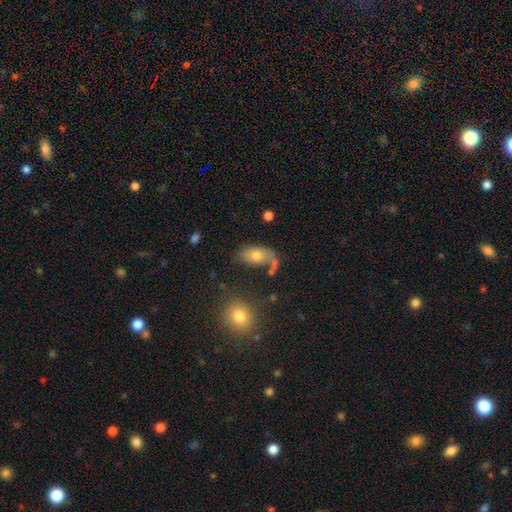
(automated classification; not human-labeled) Morphology: type=smooth (72%); roundness=in between (88%); merging=none (53%).